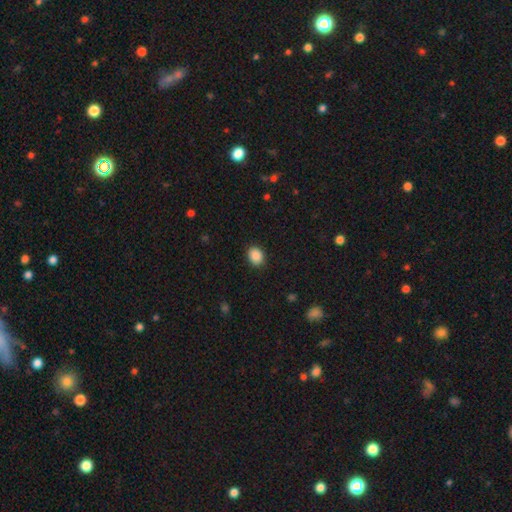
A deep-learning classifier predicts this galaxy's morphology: Q: Smooth or featured?
A: smooth (89%); runner-up: star or artifact (8%)
Q: How rounded?
A: in between (50%); runner-up: round (49%)
Q: Merging?
A: none (89%); runner-up: minor disturbance (7%)